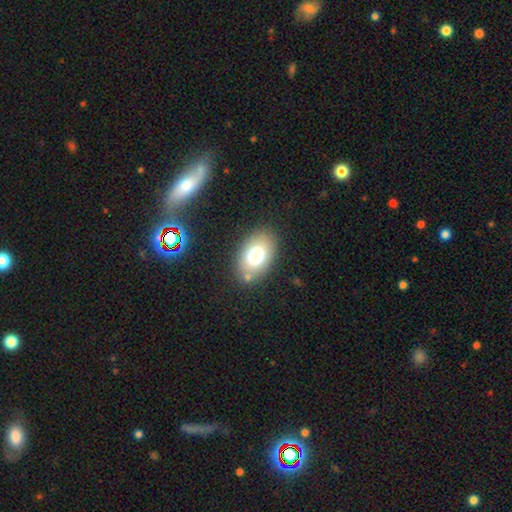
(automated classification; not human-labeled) The model was most divided on "smooth or featured": smooth: 75%, featured or disk: 14%, star or artifact: 10%. More confident: how rounded — in between (87%); merging — none (82%).